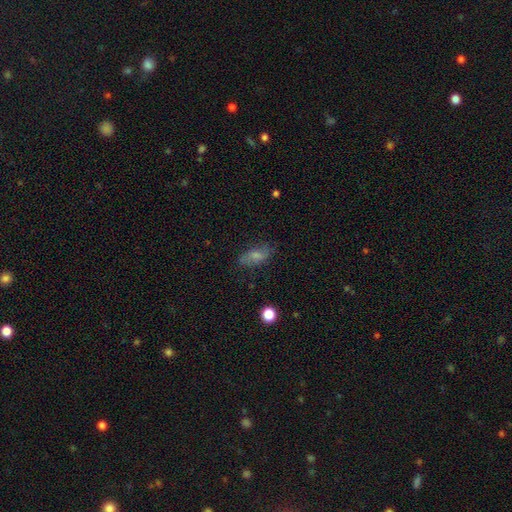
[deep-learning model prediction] A smooth galaxy with no disk features (64%) that is in between round and cigar-shaped (85%). Merging: none (73%).